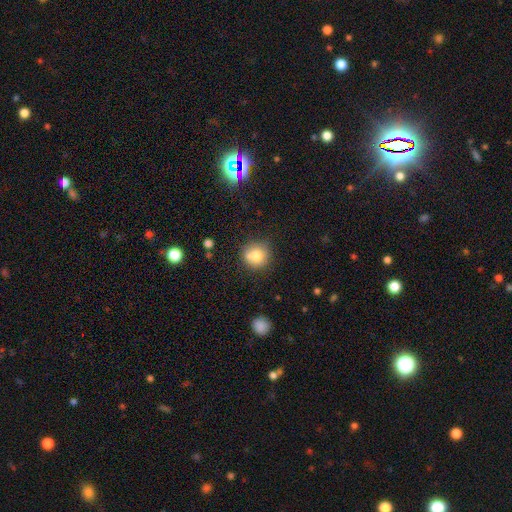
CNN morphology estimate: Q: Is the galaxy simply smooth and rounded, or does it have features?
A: smooth — 78%.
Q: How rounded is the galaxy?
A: round — 90%.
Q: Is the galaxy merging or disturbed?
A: none — 73%.